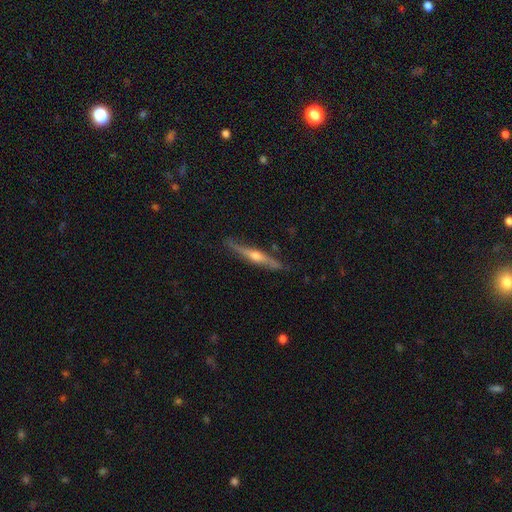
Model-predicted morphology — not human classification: This is likely a featured or disk galaxy (71%). It is clearly viewed edge-on (94%). Edge-on bulge: clearly rounded (88%). Merging: clearly none (81%).